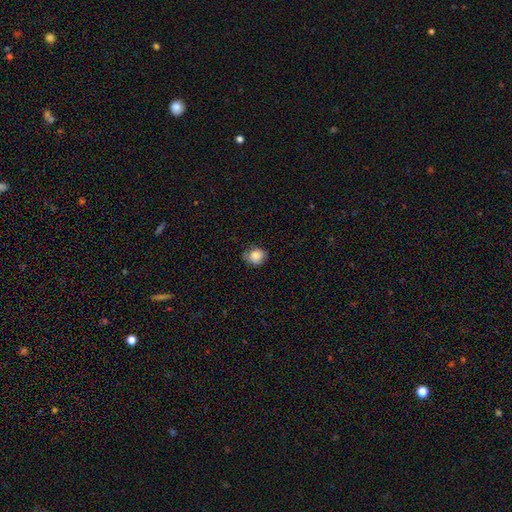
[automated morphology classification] This appears to be a smooth galaxy with no disk features (81%) that is round (69%). Merging: none (68%).